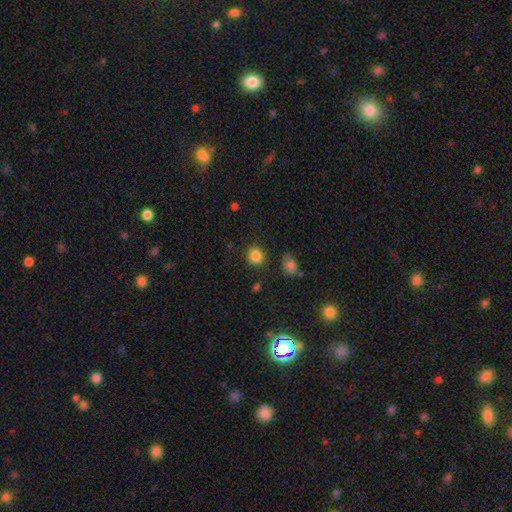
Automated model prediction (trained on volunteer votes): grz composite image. It shows a smooth galaxy with no disk features (85%) that is round (87%). Merging: none (85%).